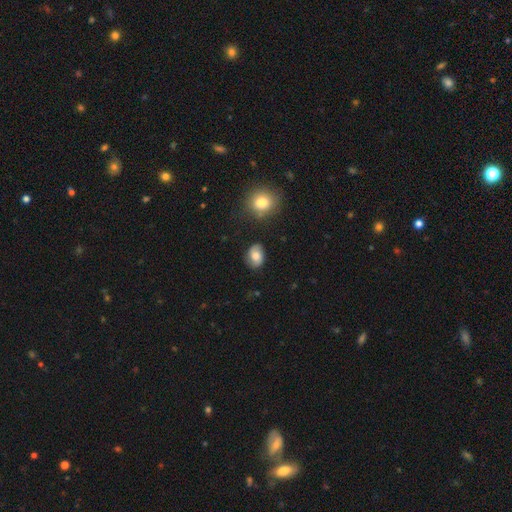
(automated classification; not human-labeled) This is possibly a smooth galaxy (58%). How rounded: likely in between (65%). Merging: likely none (78%).